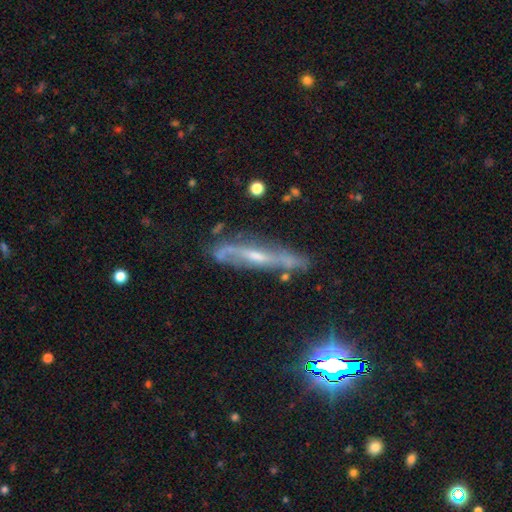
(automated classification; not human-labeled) Smooth or featured: featured or disk — 73% (star or artifact — 14%)
Edge-on disk: yes — 54% (no — 46%)
Merging: none — 69% (minor disturbance — 21%)